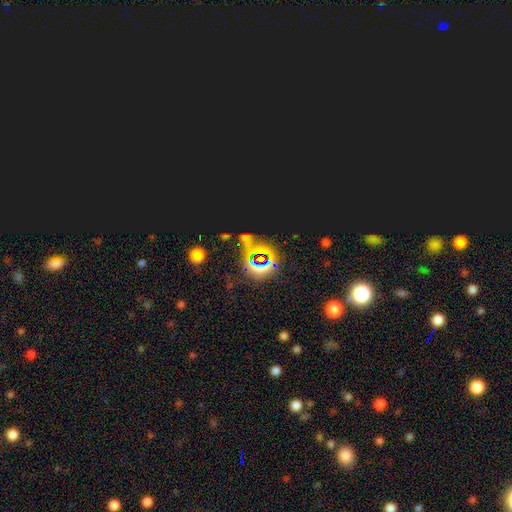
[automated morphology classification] A star or artifact, not a galaxy (78%).